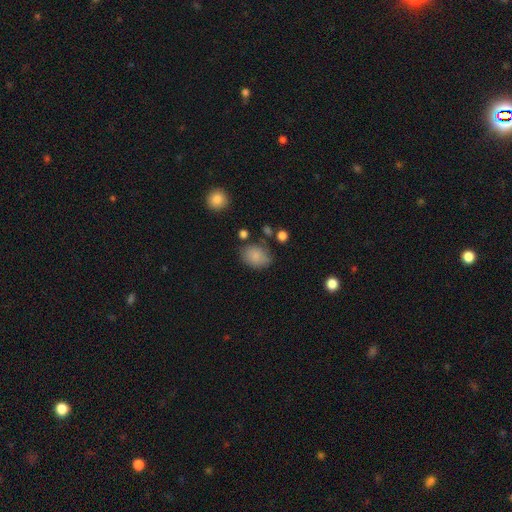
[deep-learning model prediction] Morphology: type=smooth (84%); roundness=in between (67%); merging=none (72%).